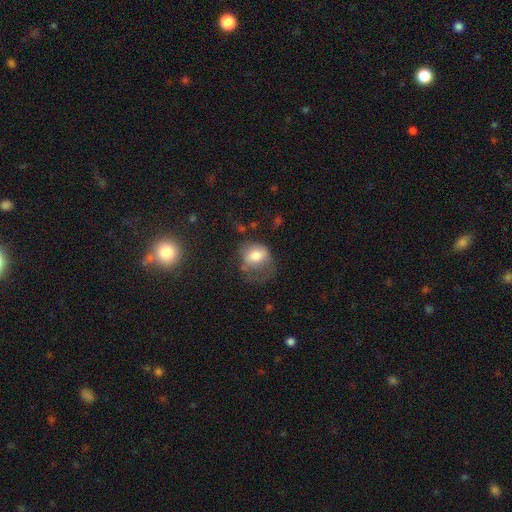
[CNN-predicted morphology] Smooth or featured? smooth (67%)
How rounded? round (54%)
Merging? major disturbance (45%)